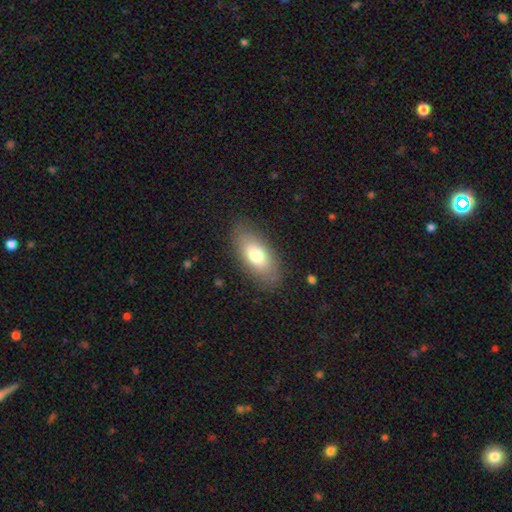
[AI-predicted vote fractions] The model was most divided on "smooth or featured": smooth: 74%, featured or disk: 20%, star or artifact: 7%. More confident: how rounded — in between (88%); merging — none (83%).